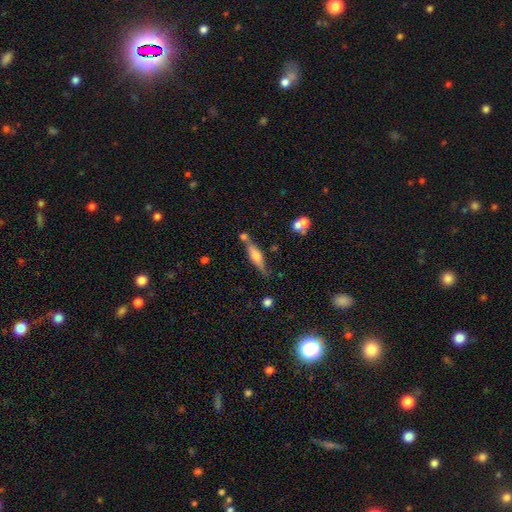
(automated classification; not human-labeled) Smooth or featured?
  - featured or disk: 50% *
  - smooth: 43%
  - star or artifact: 7%
Edge-on disk?
  - yes: 90% *
  - no: 10%
Merging?
  - none: 65% *
  - minor disturbance: 16%
  - merger: 15%
  - major disturbance: 4%